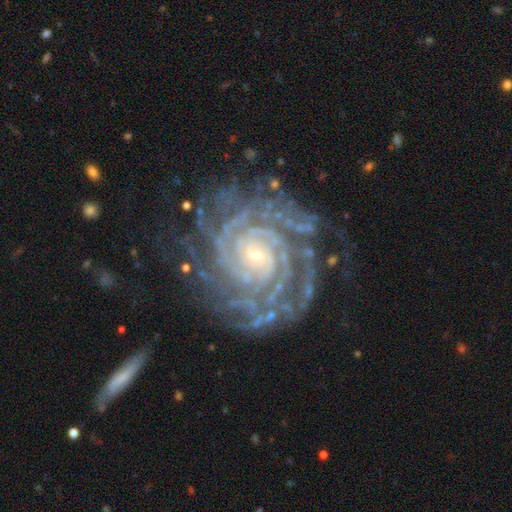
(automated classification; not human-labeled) Morphology: type=featured or disk (92%); edge-on=no (98%); bar=no (67%); spiral arms=yes (98%); winding=tight (84%); arm count=more than 4 (23%); bulge=small (79%); merging=none (75%).